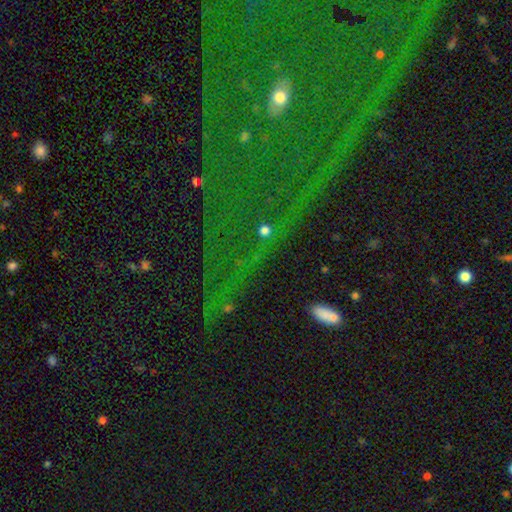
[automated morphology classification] The model was most divided on "smooth or featured": star or artifact: 74%, featured or disk: 14%, smooth: 13%.